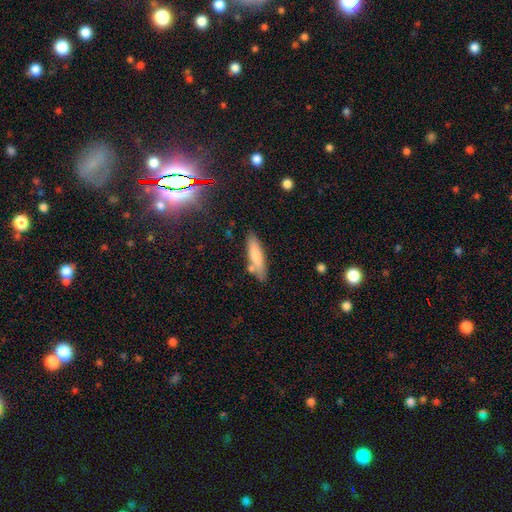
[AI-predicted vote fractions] This is likely a smooth galaxy (76%). How rounded: likely cigar-shaped (69%). Merging: likely none (73%).